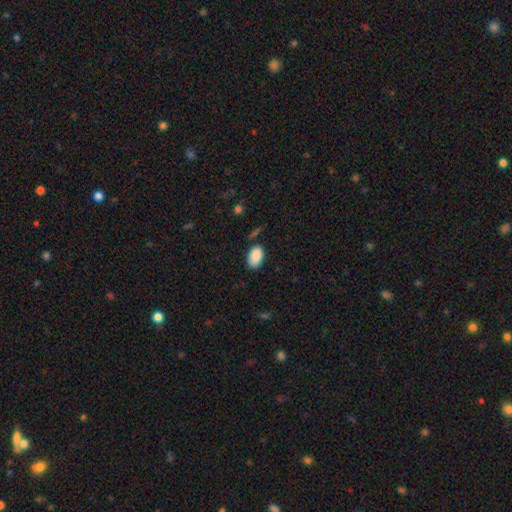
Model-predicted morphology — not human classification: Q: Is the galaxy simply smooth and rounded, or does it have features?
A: smooth — 89%.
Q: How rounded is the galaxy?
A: in between — 92%.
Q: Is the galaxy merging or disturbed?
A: none — 78%.